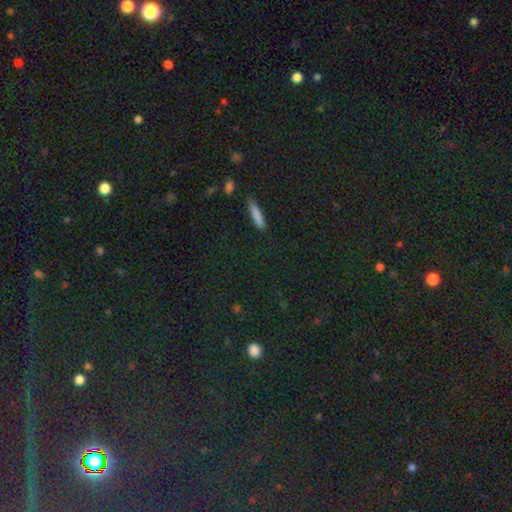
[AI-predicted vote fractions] star or artifact 62%, smooth 26%, featured or disk 12%.